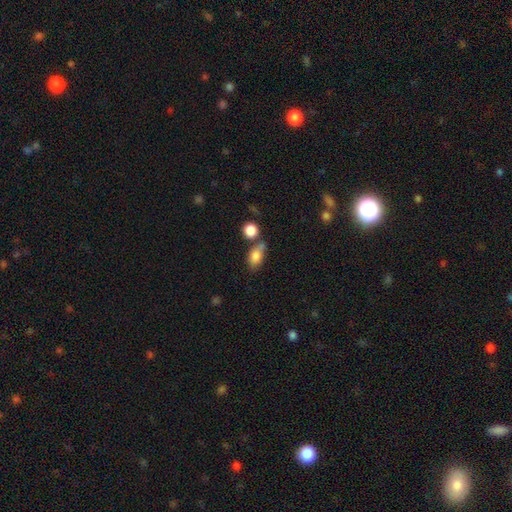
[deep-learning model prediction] Overall: smooth (81%). How rounded: in between (79%). Merging: none (48%; merger 26%).